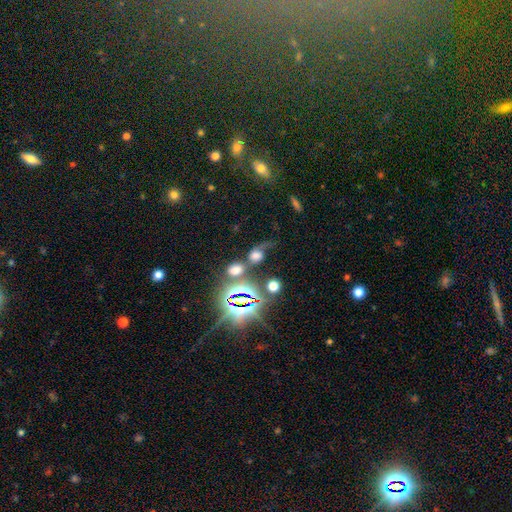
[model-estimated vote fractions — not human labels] A smooth galaxy with no disk features (45%).

Vote fractions:
- Smooth or featured? smooth: 45% / star or artifact: 33% / featured or disk: 23%
- Merging? none: 34% / merger: 28% / major disturbance: 22% / minor disturbance: 16%